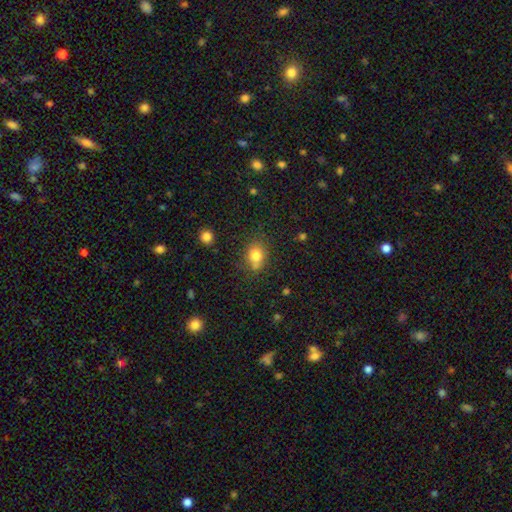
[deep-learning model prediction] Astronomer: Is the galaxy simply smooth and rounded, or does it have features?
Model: smooth — 80%.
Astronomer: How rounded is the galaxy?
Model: round — 54% (runner-up: in between, 45%).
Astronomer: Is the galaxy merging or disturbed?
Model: none — 66%.